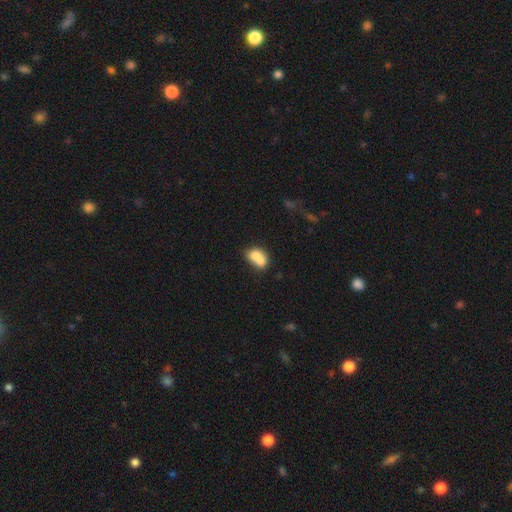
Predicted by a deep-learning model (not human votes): Smooth or featured?
  - smooth: 72% *
  - featured or disk: 20%
  - star or artifact: 9%
How rounded?
  - in between: 66% *
  - round: 32%
  - cigar-shaped: 2%
Merging?
  - merger: 66% *
  - none: 21%
  - minor disturbance: 9%
  - major disturbance: 5%